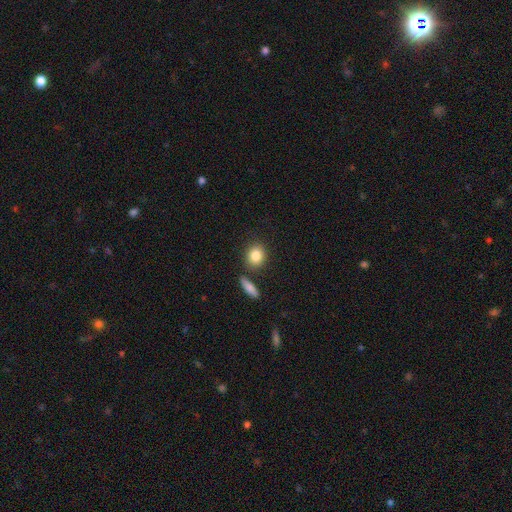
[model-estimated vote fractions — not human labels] Smooth or featured?
  - smooth: 85% *
  - star or artifact: 8%
  - featured or disk: 7%
How rounded?
  - round: 64% *
  - in between: 34%
  - cigar-shaped: 2%
Merging?
  - none: 76% *
  - merger: 11%
  - minor disturbance: 10%
  - major disturbance: 3%